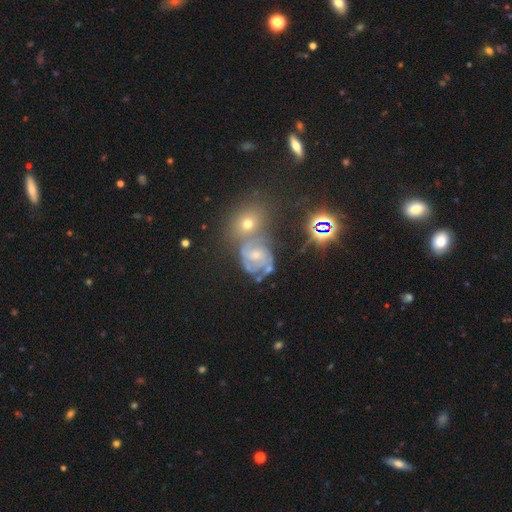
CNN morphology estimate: Q: Smooth or featured?
A: featured or disk (66%); runner-up: smooth (17%)
Q: Edge-on disk?
A: no (97%); runner-up: yes (3%)
Q: Bar?
A: no (61%); runner-up: weak (31%)
Q: Spiral arms?
A: yes (87%); runner-up: no (13%)
Q: Spiral winding?
A: tight (52%); runner-up: medium (39%)
Q: Spiral arm count?
A: can't tell (30%); runner-up: 2 (27%)
Q: Bulge size?
A: small (58%); runner-up: moderate (34%)
Q: Merging?
A: none (38%); runner-up: merger (34%)